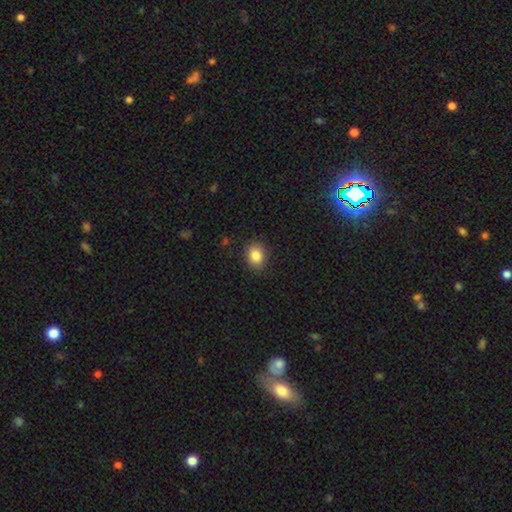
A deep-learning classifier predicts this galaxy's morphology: Q: Smooth or featured?
A: smooth (85%); runner-up: star or artifact (10%)
Q: How rounded?
A: round (50%); runner-up: in between (49%)
Q: Merging?
A: none (87%); runner-up: minor disturbance (10%)